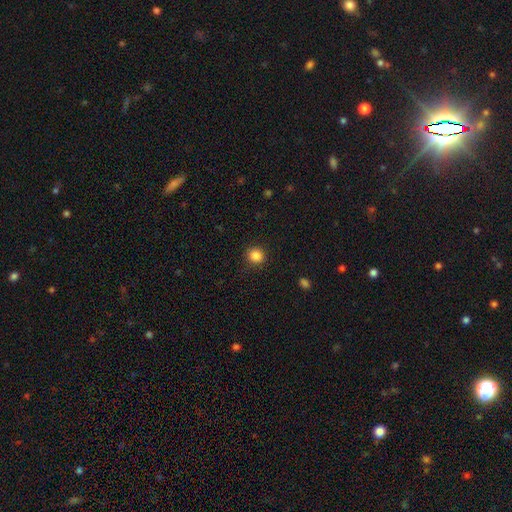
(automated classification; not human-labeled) Smooth or featured? Predicted: smooth (p=0.86). How rounded? Predicted: round (p=0.88). Merging? Predicted: none (p=0.89).